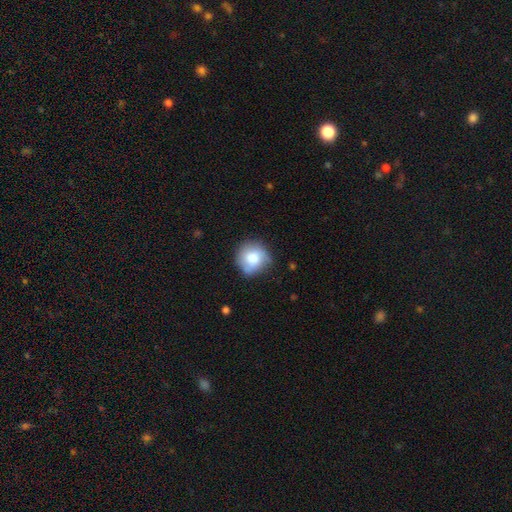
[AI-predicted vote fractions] Smooth or featured? smooth (73%)
How rounded? round (89%)
Merging? none (66%)